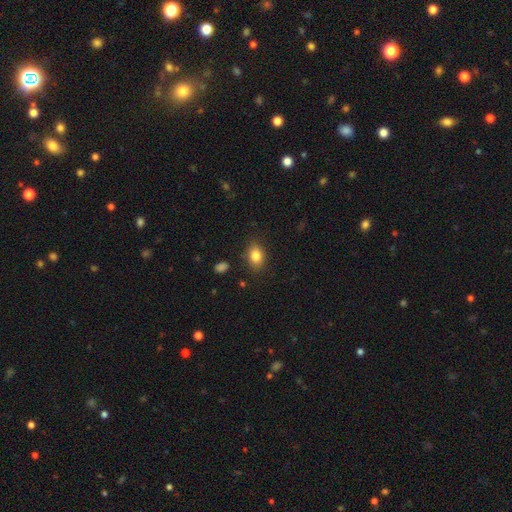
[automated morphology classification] smooth 84%, star or artifact 9%, featured or disk 7%. Down the decision tree: how rounded — in between (72%); merging — none (84%).